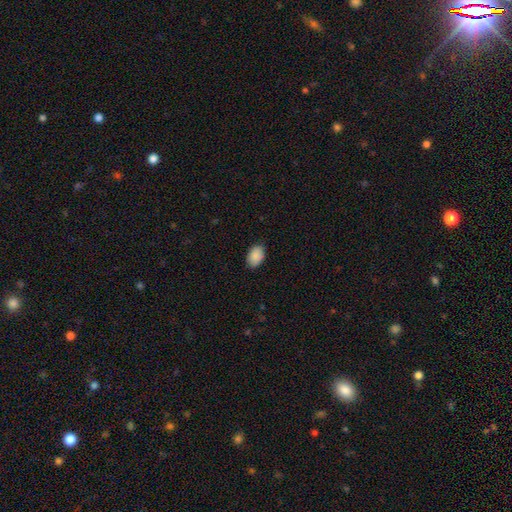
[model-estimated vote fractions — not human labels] Smooth or featured: smooth — 89% (star or artifact — 7%)
How rounded: in between — 88% (round — 11%)
Merging: none — 85% (minor disturbance — 11%)